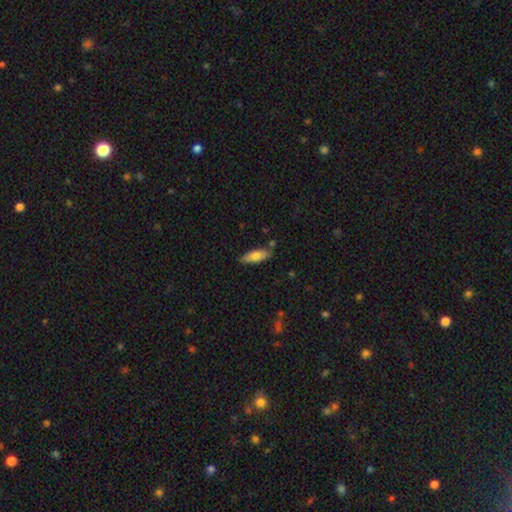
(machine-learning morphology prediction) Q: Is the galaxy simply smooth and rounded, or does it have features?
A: smooth — 77%.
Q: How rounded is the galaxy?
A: in between — 65%.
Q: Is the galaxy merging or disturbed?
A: none — 80%.